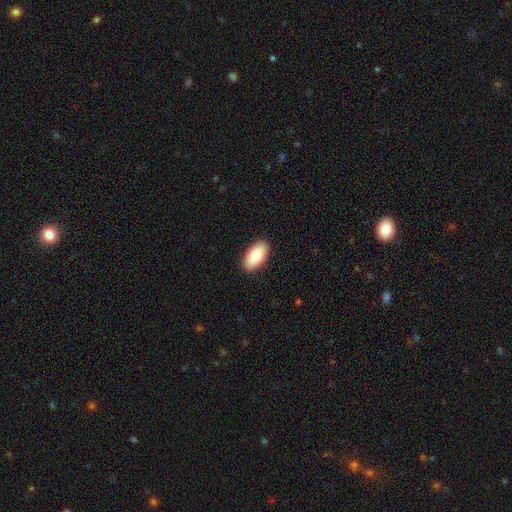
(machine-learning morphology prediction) smooth 82%, featured or disk 12%, star or artifact 6%. Down the decision tree: how rounded — in between (95%); merging — none (90%).